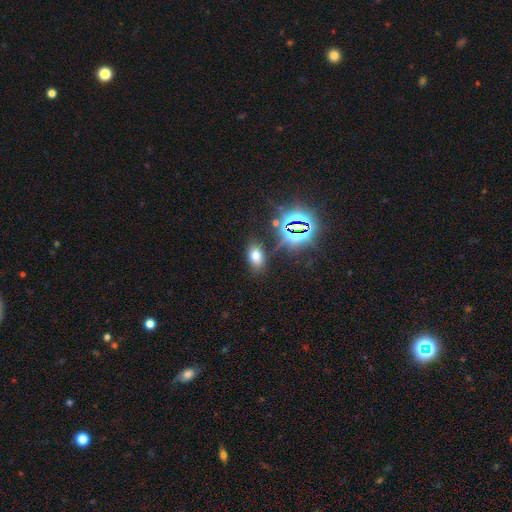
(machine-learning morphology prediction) type=smooth (62%); roundness=in between (87%); merging=none (81%).